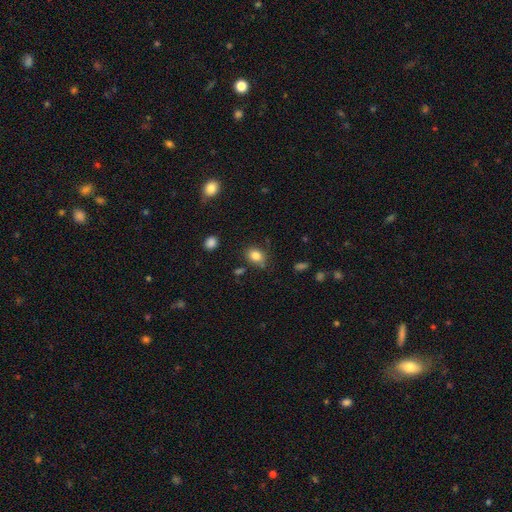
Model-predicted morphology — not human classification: Smooth or featured?
  - smooth: 83% *
  - star or artifact: 10%
  - featured or disk: 7%
How rounded?
  - in between: 61% *
  - round: 38%
  - cigar-shaped: 1%
Merging?
  - none: 75% *
  - minor disturbance: 17%
  - major disturbance: 4%
  - merger: 4%